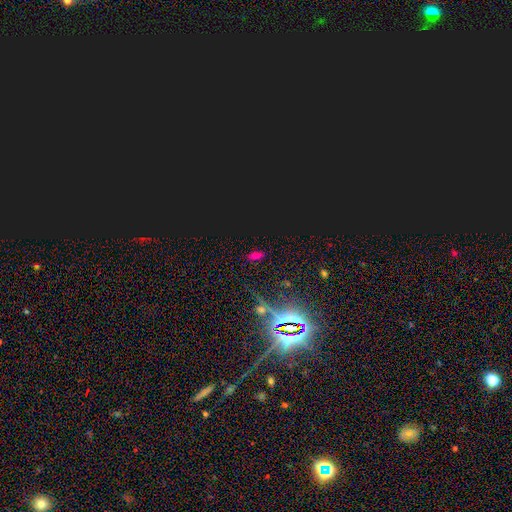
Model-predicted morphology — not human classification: This is possibly a star or artifact rather than a galaxy (53%).